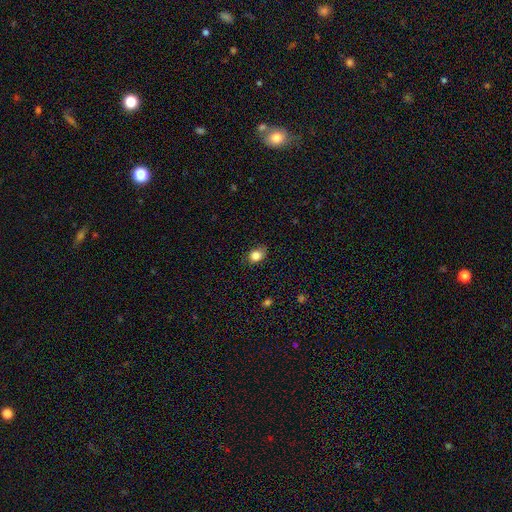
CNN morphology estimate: smooth_or_featured: smooth (p=0.83) [alt: star or artifact p=0.10]
how_rounded: in between (p=0.61) [alt: round p=0.37]
merging: none (p=0.74) [alt: minor disturbance p=0.21]